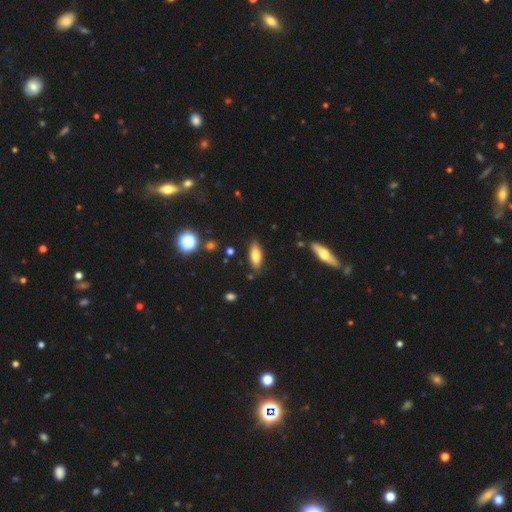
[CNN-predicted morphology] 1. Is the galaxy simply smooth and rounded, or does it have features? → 76% smooth, 16% featured or disk, 7% star or artifact.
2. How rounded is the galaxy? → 68% in between, 30% cigar-shaped, 2% round.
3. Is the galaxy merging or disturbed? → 84% none, 11% minor disturbance, 2% major disturbance, 2% merger.